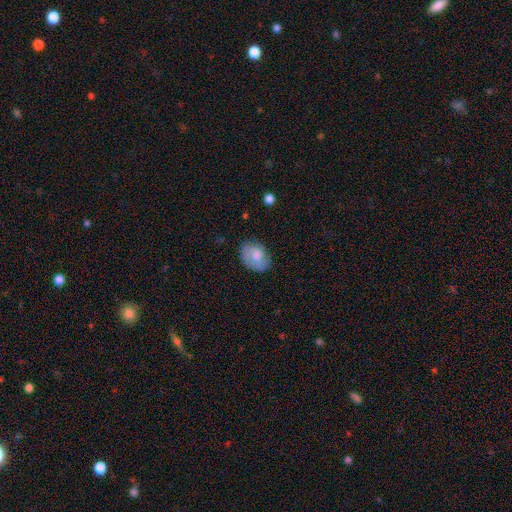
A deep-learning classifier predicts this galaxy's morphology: Overall: smooth (64%; featured or disk 29%). How rounded: in between (71%). Merging: none (71%).